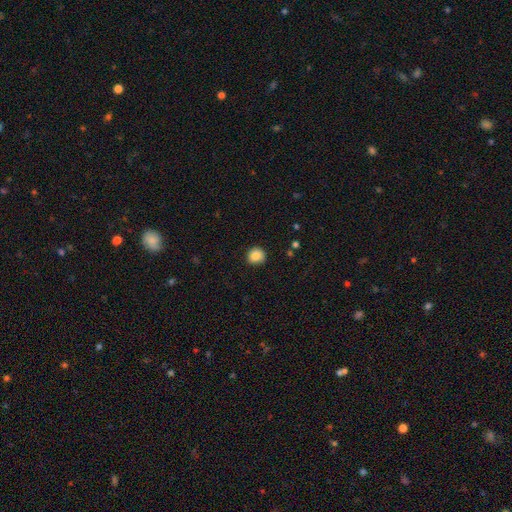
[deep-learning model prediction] Smooth or featured? smooth (87%)
How rounded? round (88%)
Merging? none (87%)